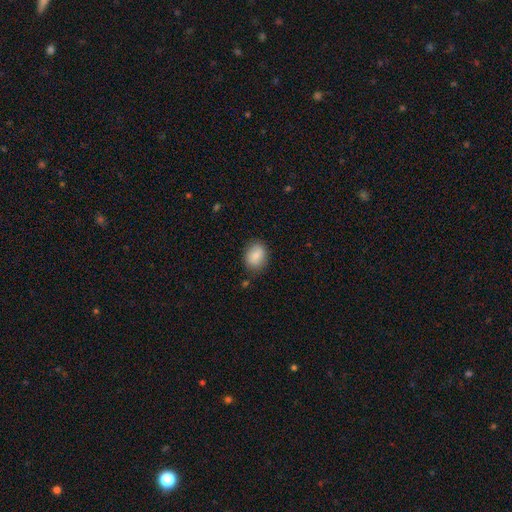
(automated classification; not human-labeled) Smooth or featured: smooth — 82% (featured or disk — 11%)
How rounded: in between — 57% (round — 42%)
Merging: none — 81% (minor disturbance — 14%)